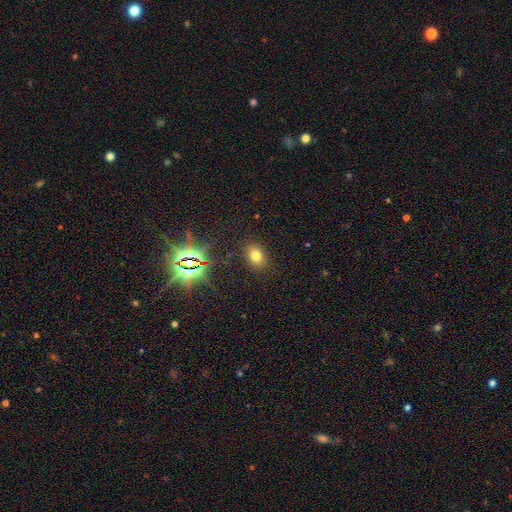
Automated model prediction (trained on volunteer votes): smooth 72%, star or artifact 20%, featured or disk 8%. Down the decision tree: how rounded — in between (68%); merging — none (87%).